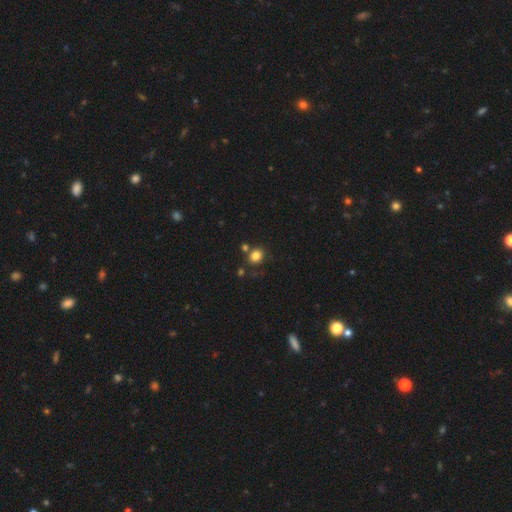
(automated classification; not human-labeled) Q: Smooth or featured?
A: smooth (81%); runner-up: star or artifact (12%)
Q: How rounded?
A: round (67%); runner-up: in between (32%)
Q: Merging?
A: none (71%); runner-up: merger (13%)